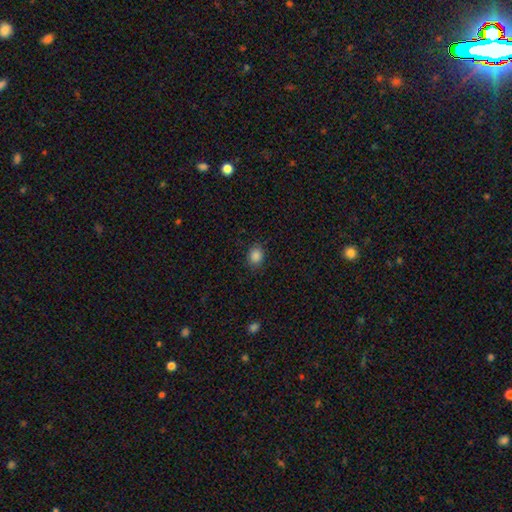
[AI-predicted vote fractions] Morphology: type=smooth (86%); roundness=round (59%); merging=none (85%).